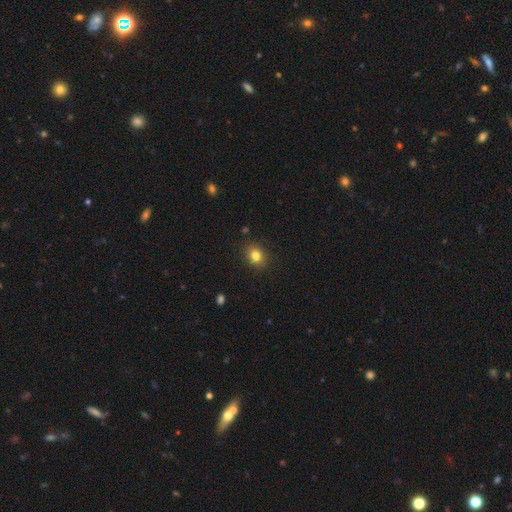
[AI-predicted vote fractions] A smooth galaxy with no disk features (81%) that is round (62%). Merging: none (88%).